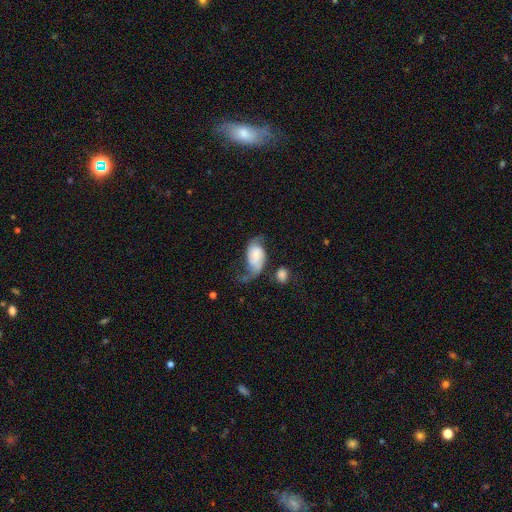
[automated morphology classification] Q: Smooth or featured?
A: featured or disk (59%); runner-up: smooth (34%)
Q: Edge-on disk?
A: no (96%); runner-up: yes (4%)
Q: Bar?
A: no (55%); runner-up: weak (35%)
Q: Spiral arms?
A: yes (89%); runner-up: no (11%)
Q: Bulge size?
A: small (43%); runner-up: moderate (30%)
Q: Merging?
A: none (33%); runner-up: major disturbance (31%)